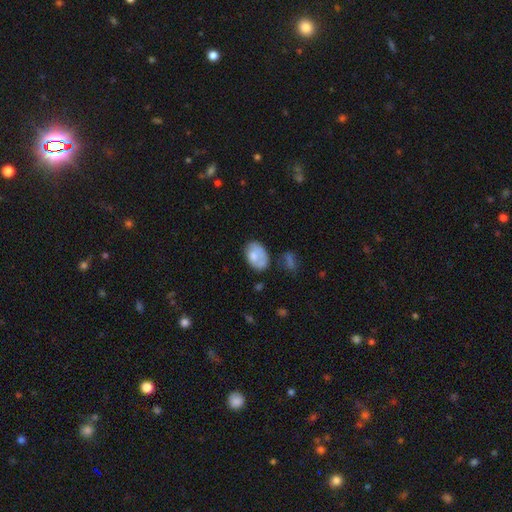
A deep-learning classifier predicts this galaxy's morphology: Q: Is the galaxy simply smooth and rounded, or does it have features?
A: smooth — 70%.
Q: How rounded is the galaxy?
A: in between — 85%.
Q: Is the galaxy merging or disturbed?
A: none — 47%.